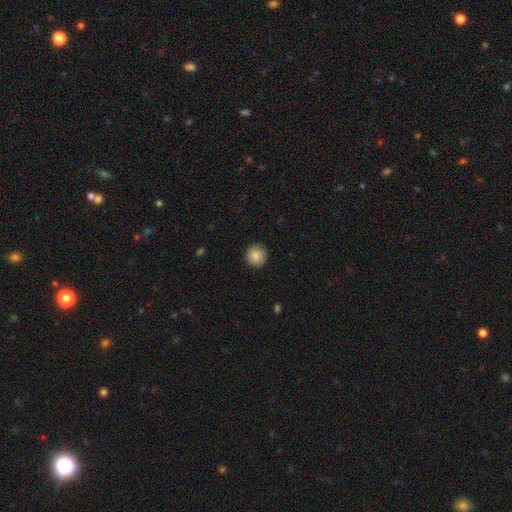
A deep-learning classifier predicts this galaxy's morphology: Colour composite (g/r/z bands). It shows a smooth galaxy with no disk features (86%) that is round (95%). Merging: none (88%).